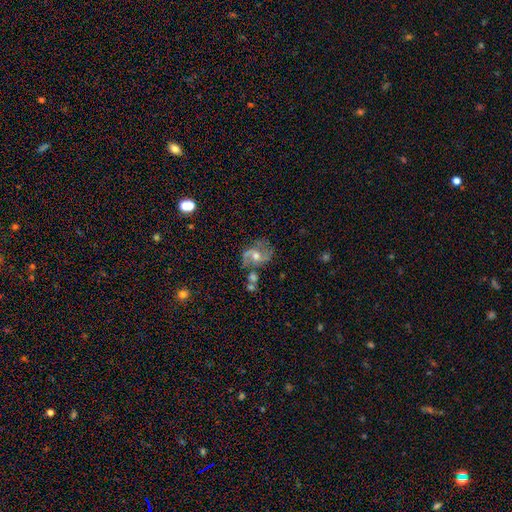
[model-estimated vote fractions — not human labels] Overall: featured or disk (76%). Edge-on disk: no (97%). Bar: no (54%; weak 37%). Spiral arms: yes (90%). Spiral arm count: 2 (85%). Spiral winding: loose (45%; medium 44%). Bulge size: moderate (70%). Merging: none (50%; minor disturbance 21%).